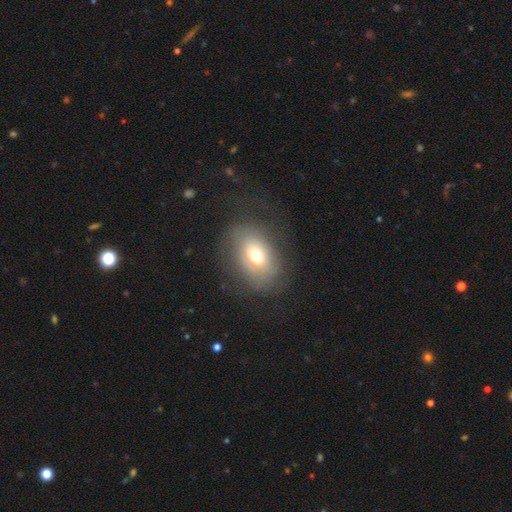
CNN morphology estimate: smooth_or_featured: smooth (p=0.61) [alt: featured or disk p=0.28]
how_rounded: in between (p=0.77) [alt: round p=0.22]
merging: none (p=0.65) [alt: minor disturbance p=0.20]